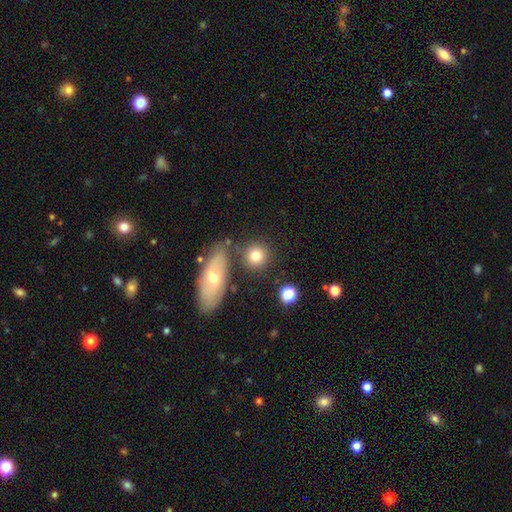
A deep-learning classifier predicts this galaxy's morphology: Smooth or featured?
  - smooth: 78% *
  - featured or disk: 11%
  - star or artifact: 10%
How rounded?
  - round: 83% *
  - in between: 15%
  - cigar-shaped: 2%
Merging?
  - none: 72% *
  - merger: 13%
  - minor disturbance: 10%
  - major disturbance: 4%